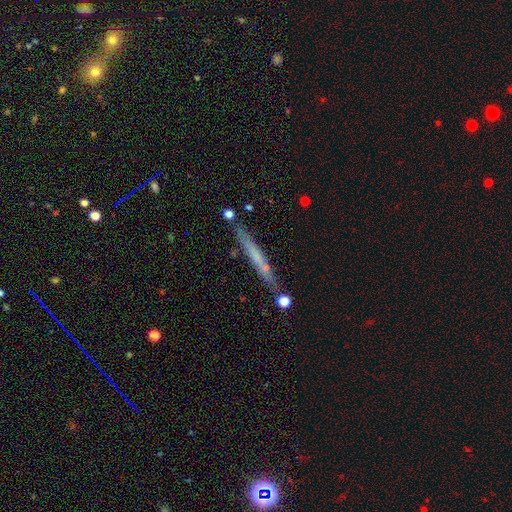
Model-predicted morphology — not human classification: smooth_or_featured: smooth (p=0.48) [alt: featured or disk p=0.44]
merging: none (p=0.81) [alt: minor disturbance p=0.12]